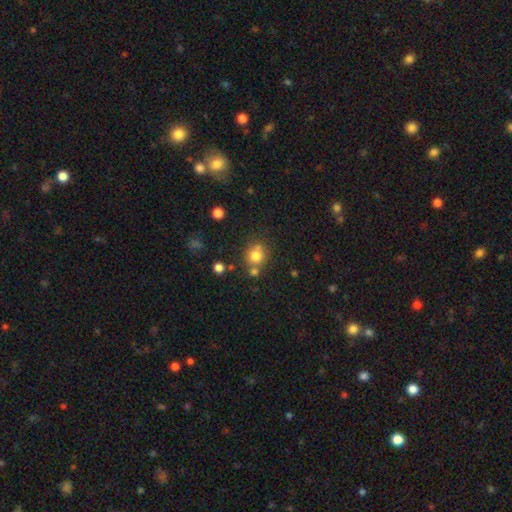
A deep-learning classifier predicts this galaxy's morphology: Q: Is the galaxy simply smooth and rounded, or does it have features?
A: smooth — 77%.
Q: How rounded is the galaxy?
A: round — 83%.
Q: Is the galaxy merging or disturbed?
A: none — 62%.